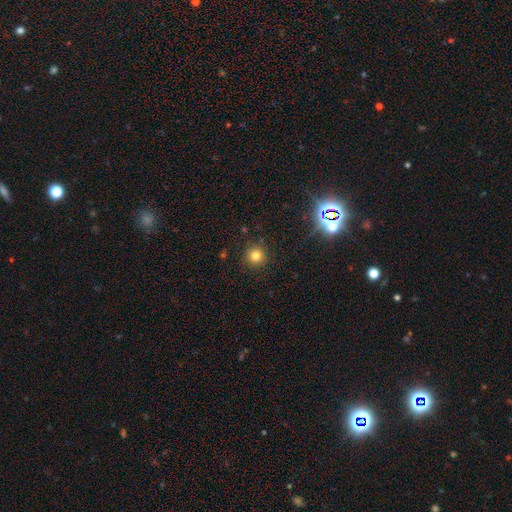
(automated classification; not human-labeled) A smooth galaxy with no disk features (77%) that is round (94%). Merging: none (89%).